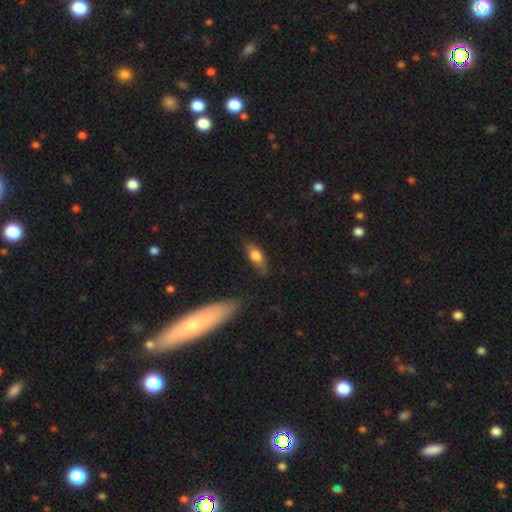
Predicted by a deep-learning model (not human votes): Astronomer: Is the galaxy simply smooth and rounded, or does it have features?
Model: smooth — 68%.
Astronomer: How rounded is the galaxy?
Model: in between — 68%.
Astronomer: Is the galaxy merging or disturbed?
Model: none — 72%.